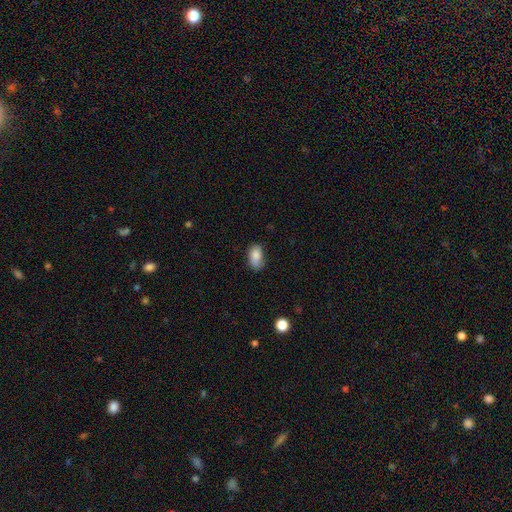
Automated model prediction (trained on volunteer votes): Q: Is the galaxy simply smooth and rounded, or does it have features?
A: smooth — 84%.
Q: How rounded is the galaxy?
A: in between — 92%.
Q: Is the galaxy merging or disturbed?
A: none — 66%.